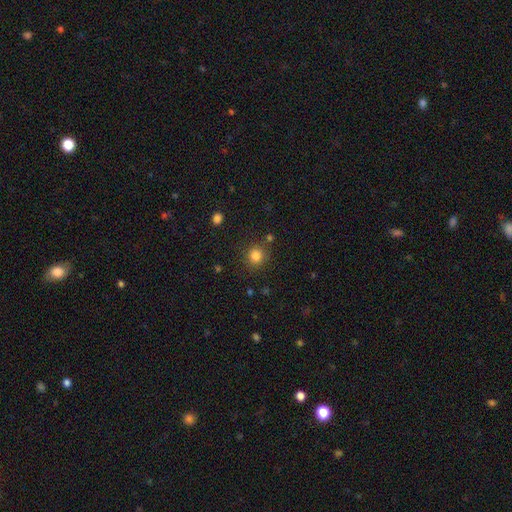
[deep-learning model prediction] Q: Smooth or featured?
A: smooth (82%); runner-up: star or artifact (13%)
Q: How rounded?
A: round (88%); runner-up: in between (11%)
Q: Merging?
A: none (83%); runner-up: minor disturbance (9%)